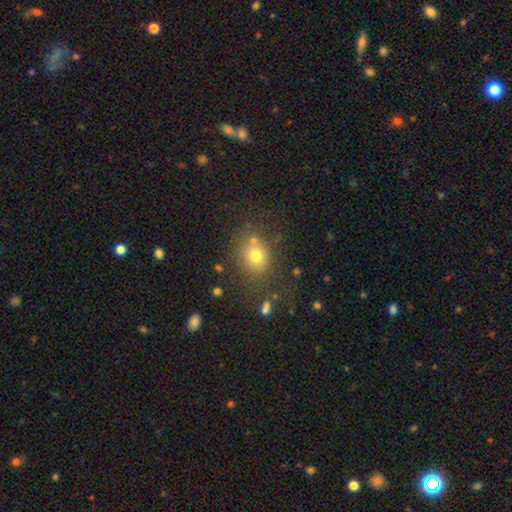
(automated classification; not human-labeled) This appears to be a smooth galaxy with no disk features (73%) that is round (69%). Merging: none (72%).